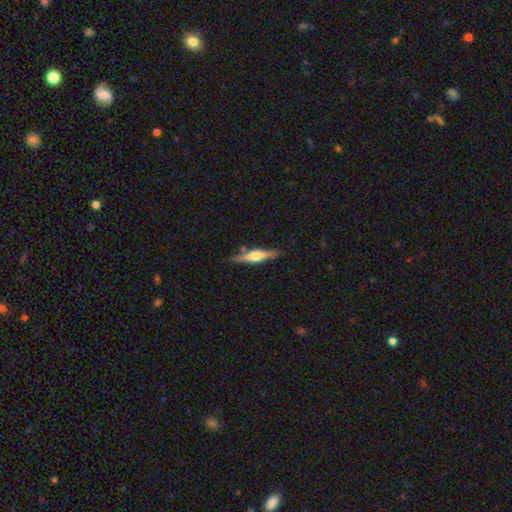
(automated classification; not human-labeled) A featured or disk galaxy (69%) viewed edge-on (96%) with a rounded central bulge (87%).

Vote fractions:
- Smooth or featured? featured or disk: 69% / smooth: 26% / star or artifact: 6%
- Edge-on disk? yes: 96% / no: 4%
- Edge-on bulge? rounded: 87% / boxy: 10% / none: 3%
- Merging? none: 83% / minor disturbance: 11% / merger: 4% / major disturbance: 2%